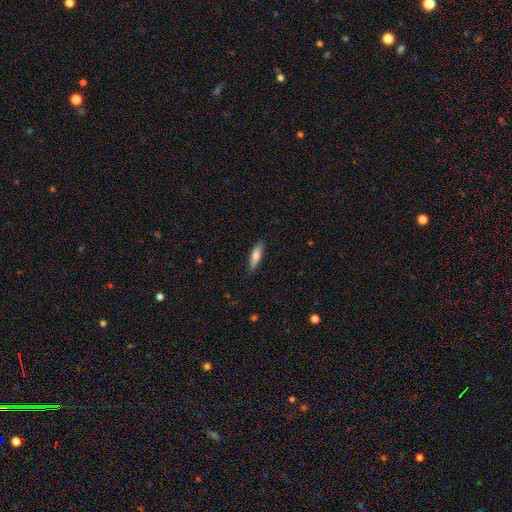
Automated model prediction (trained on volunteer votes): A smooth galaxy with no disk features (73%) that is cigar-shaped (58%). Merging: none (84%).